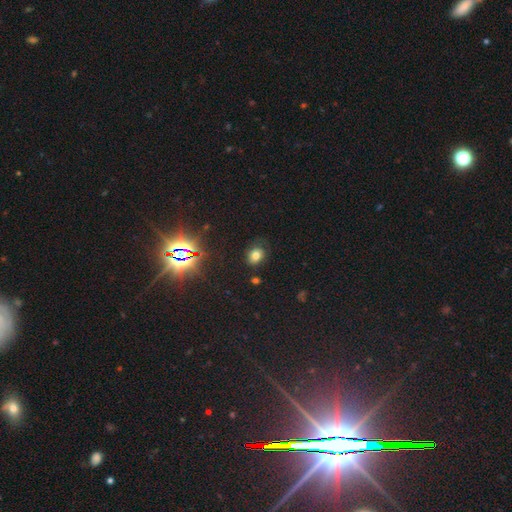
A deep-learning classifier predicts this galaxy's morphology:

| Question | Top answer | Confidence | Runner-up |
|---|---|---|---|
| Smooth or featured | smooth | 70% | star or artifact (20%) |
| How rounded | in between | 56% | round (43%) |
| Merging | none | 74% | minor disturbance (18%) |